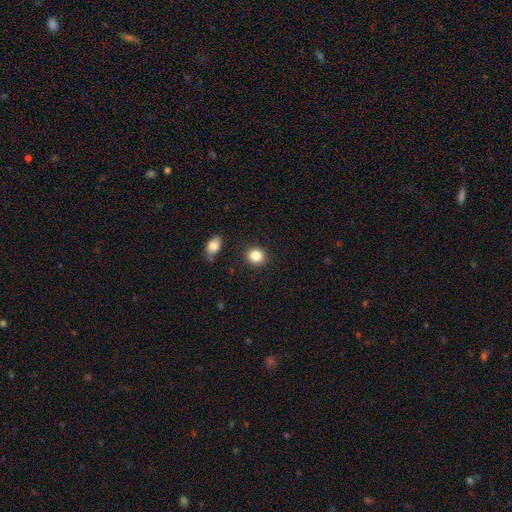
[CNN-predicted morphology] Smooth or featured?
  - smooth: 85% *
  - star or artifact: 10%
  - featured or disk: 5%
How rounded?
  - round: 81% *
  - in between: 18%
  - cigar-shaped: 1%
Merging?
  - none: 89% *
  - minor disturbance: 7%
  - major disturbance: 2%
  - merger: 2%